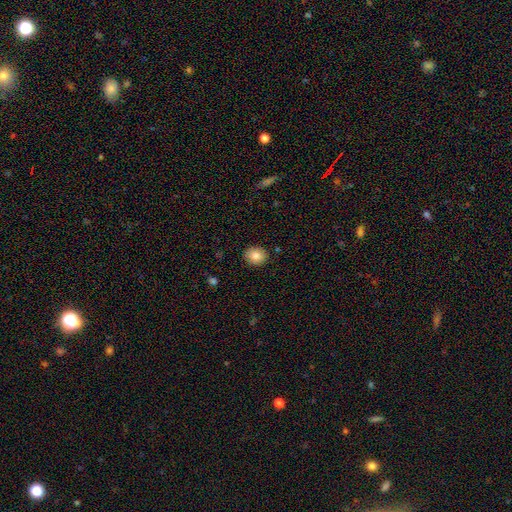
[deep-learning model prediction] Smooth or featured?
  - smooth: 85% *
  - star or artifact: 8%
  - featured or disk: 7%
How rounded?
  - round: 66% *
  - in between: 33%
  - cigar-shaped: 1%
Merging?
  - none: 89% *
  - minor disturbance: 8%
  - major disturbance: 2%
  - merger: 1%